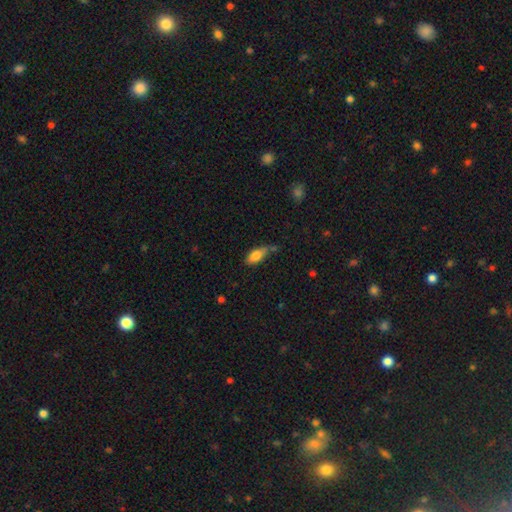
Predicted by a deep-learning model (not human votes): Smooth or featured? smooth (79%)
How rounded? in between (79%)
Merging? none (47%)